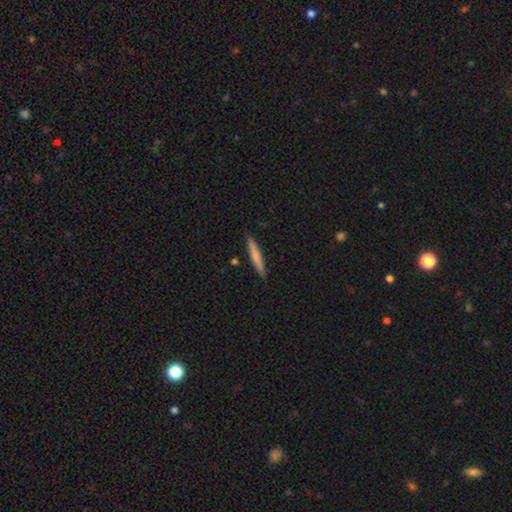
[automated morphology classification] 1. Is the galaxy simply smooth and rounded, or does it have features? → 70% smooth, 25% featured or disk, 6% star or artifact.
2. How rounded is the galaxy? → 94% cigar-shaped, 4% in between, 1% round.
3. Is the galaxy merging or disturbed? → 89% none, 8% minor disturbance, 2% major disturbance, 1% merger.